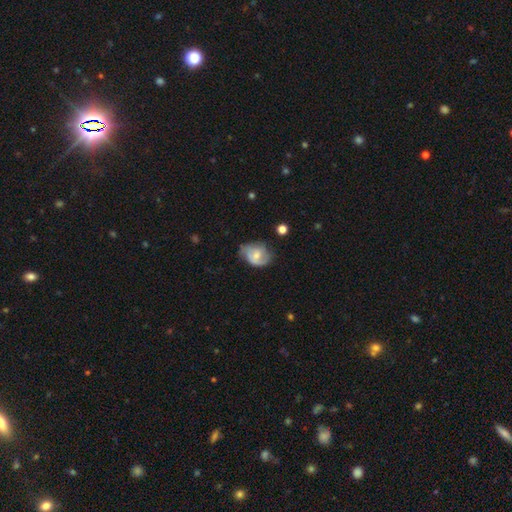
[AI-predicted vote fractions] Smooth or featured: featured or disk — 58% (smooth — 36%)
Edge-on disk: no — 97% (yes — 3%)
Bar: no — 56% (weak — 37%)
Spiral arms: yes — 82% (no — 18%)
Bulge size: moderate — 51% (small — 39%)
Merging: none — 53% (minor disturbance — 33%)